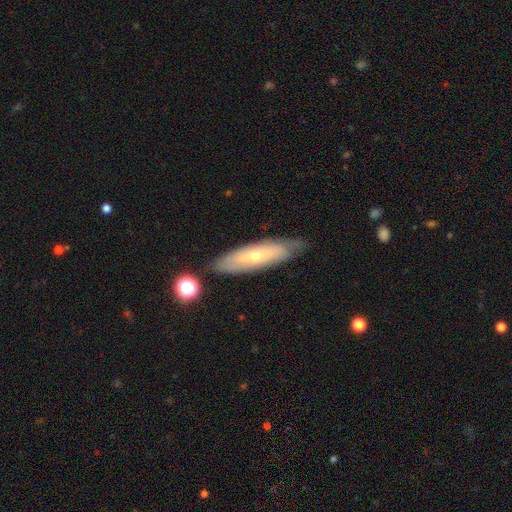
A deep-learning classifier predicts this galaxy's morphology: Smooth or featured: featured or disk — 52% (smooth — 40%)
Edge-on disk: no — 56% (yes — 44%)
Merging: none — 78% (minor disturbance — 16%)